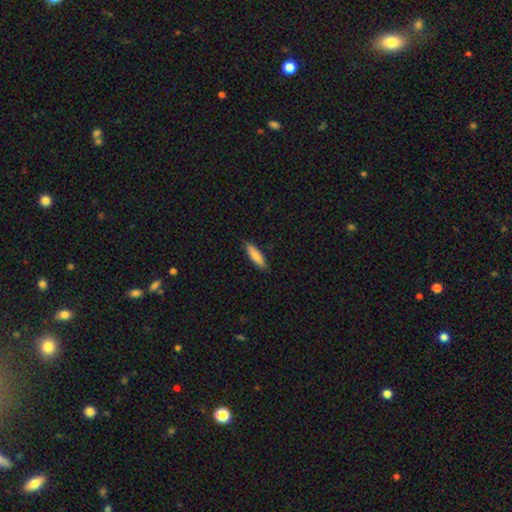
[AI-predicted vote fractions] smooth-or-featured: smooth: 82% | featured or disk: 12% | star or artifact: 6%
  how-rounded: cigar-shaped: 61% | in between: 37% | round: 2%
  merging: none: 87% | minor disturbance: 10% | major disturbance: 2% | merger: 1%